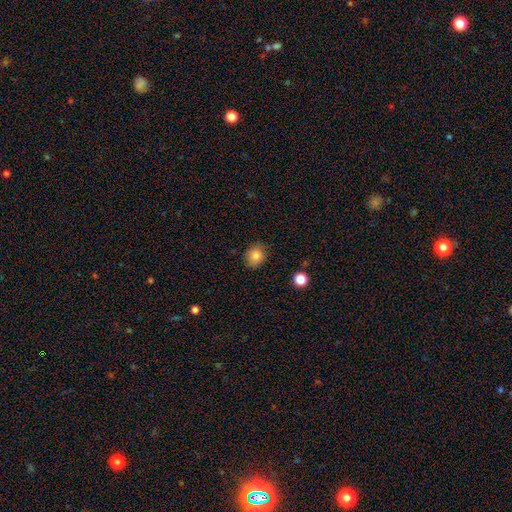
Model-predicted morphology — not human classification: A smooth galaxy with no disk features (84%) that is round (71%).

Vote fractions:
- Smooth or featured? smooth: 84% / star or artifact: 10% / featured or disk: 6%
- How rounded? round: 71% / in between: 28% / cigar-shaped: 1%
- Merging? none: 81% / minor disturbance: 14% / major disturbance: 3% / merger: 1%